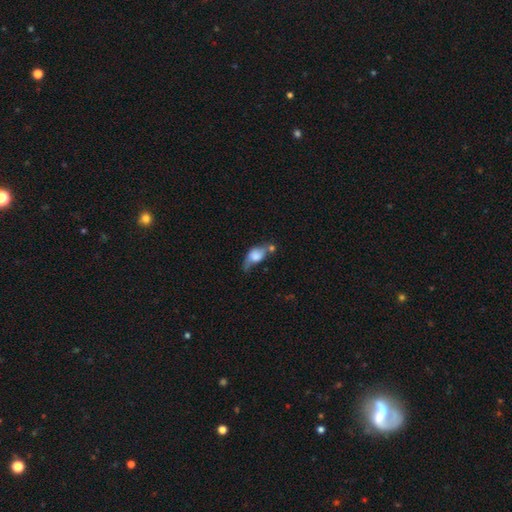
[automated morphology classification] smooth 58%, featured or disk 33%, star or artifact 9%. Down the decision tree: how rounded — in between (77%); merging — minor disturbance (26%).